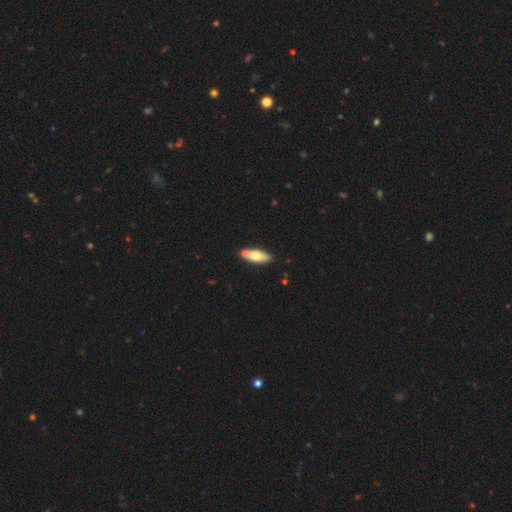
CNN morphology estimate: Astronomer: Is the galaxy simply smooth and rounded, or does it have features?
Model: smooth — 61%.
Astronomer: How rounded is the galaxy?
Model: in between — 70%.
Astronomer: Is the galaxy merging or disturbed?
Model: none — 71%.